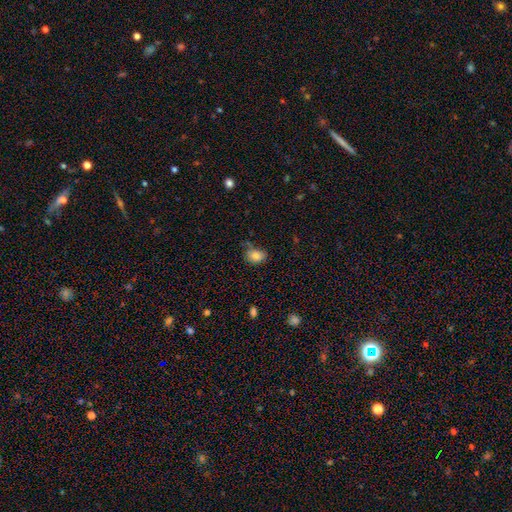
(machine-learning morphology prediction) This appears to be a smooth galaxy with no disk features (83%) that is in between round and cigar-shaped (62%). Merging: none (59%).